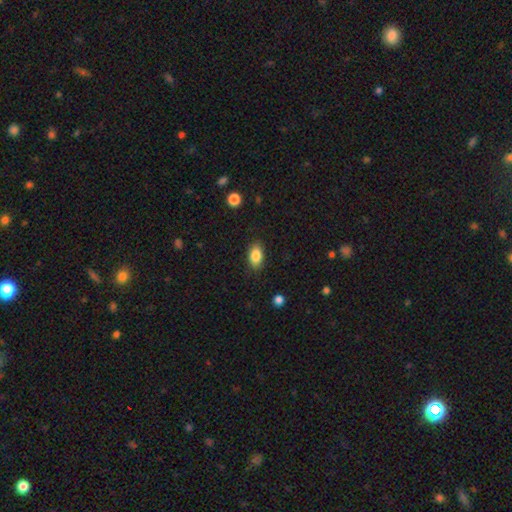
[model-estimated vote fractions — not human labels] A smooth galaxy with no disk features (86%) that is in between round and cigar-shaped (89%). Merging: none (86%).